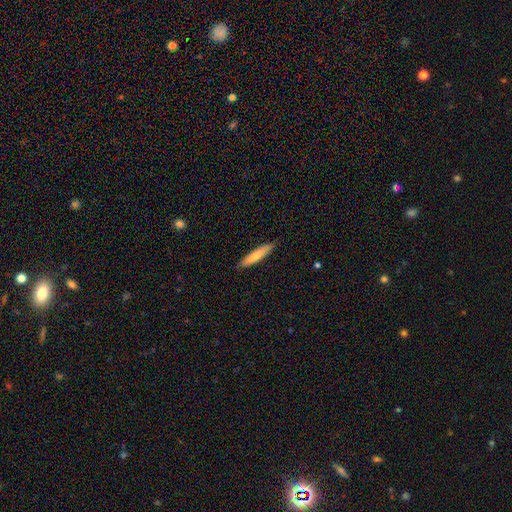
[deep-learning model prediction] The model was most divided on "smooth or featured": smooth: 70%, featured or disk: 24%, star or artifact: 5%. More confident: merging — none (88%); how rounded — cigar-shaped (87%).